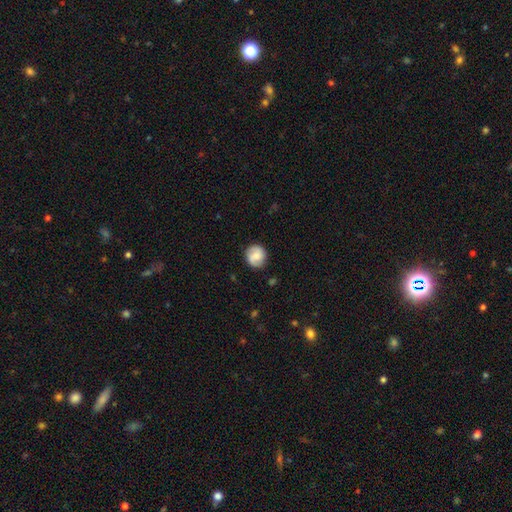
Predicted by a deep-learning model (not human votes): smooth_or_featured: smooth (p=0.58) [alt: featured or disk p=0.34]
how_rounded: round (p=0.88) [alt: in between p=0.11]
merging: none (p=0.84) [alt: minor disturbance p=0.12]